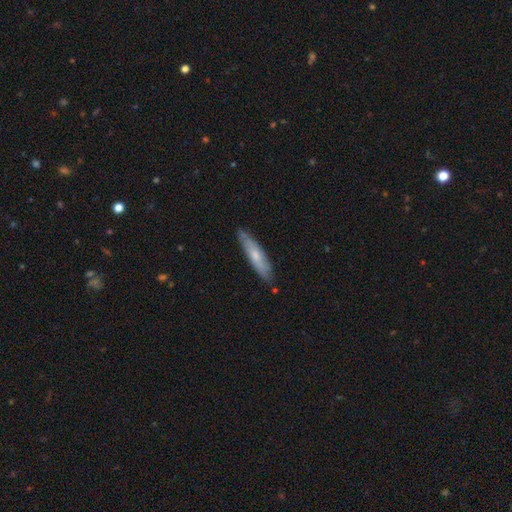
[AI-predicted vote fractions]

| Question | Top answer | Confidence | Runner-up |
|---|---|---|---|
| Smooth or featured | smooth | 57% | featured or disk (37%) |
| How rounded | cigar-shaped | 84% | in between (15%) |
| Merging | none | 83% | minor disturbance (13%) |